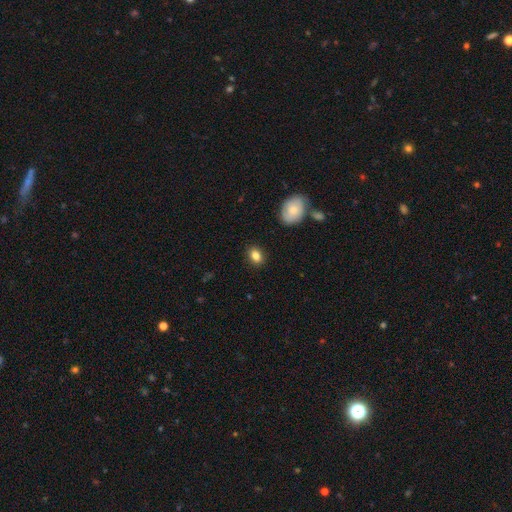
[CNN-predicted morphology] smooth-or-featured: smooth: 83% | star or artifact: 9% | featured or disk: 7%
  how-rounded: in between: 65% | round: 33% | cigar-shaped: 2%
  merging: none: 87% | minor disturbance: 9% | major disturbance: 2% | merger: 2%